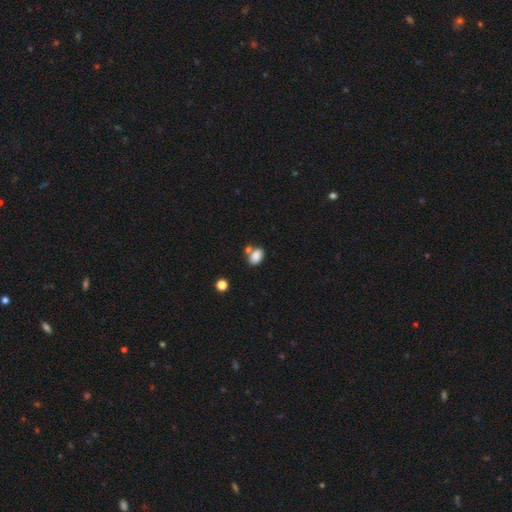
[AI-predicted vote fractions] Smooth or featured? Predicted: smooth (p=0.84). How rounded? Predicted: in between (p=0.77). Merging? Predicted: none (p=0.52).